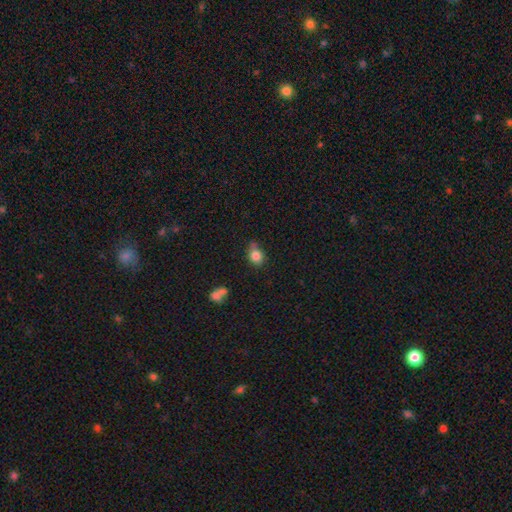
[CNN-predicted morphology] Q: Smooth or featured?
A: smooth (82%); runner-up: star or artifact (10%)
Q: How rounded?
A: round (57%); runner-up: in between (41%)
Q: Merging?
A: none (47%); runner-up: minor disturbance (35%)